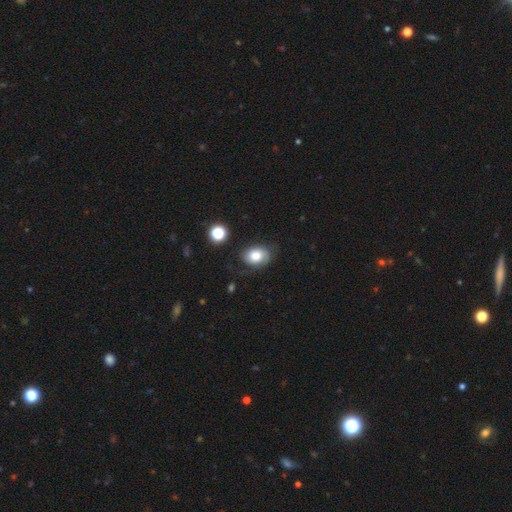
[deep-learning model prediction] smooth-or-featured: smooth: 60% | featured or disk: 30% | star or artifact: 10%
  how-rounded: in between: 67% | round: 32% | cigar-shaped: 1%
  merging: none: 58% | minor disturbance: 26% | major disturbance: 13% | merger: 2%